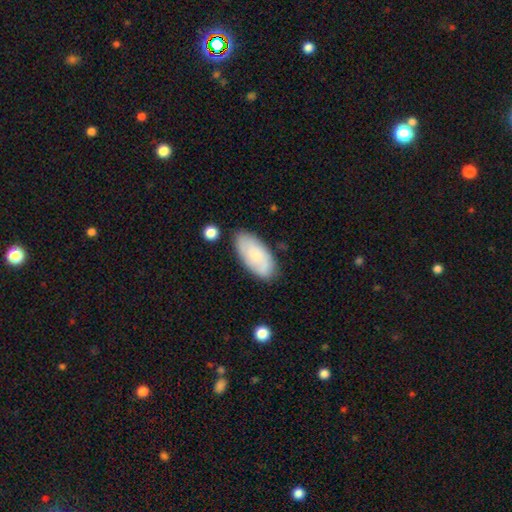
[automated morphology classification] smooth_or_featured: smooth (p=0.71) [alt: featured or disk p=0.23]
how_rounded: in between (p=0.91) [alt: cigar-shaped p=0.07]
merging: none (p=0.78) [alt: minor disturbance p=0.15]